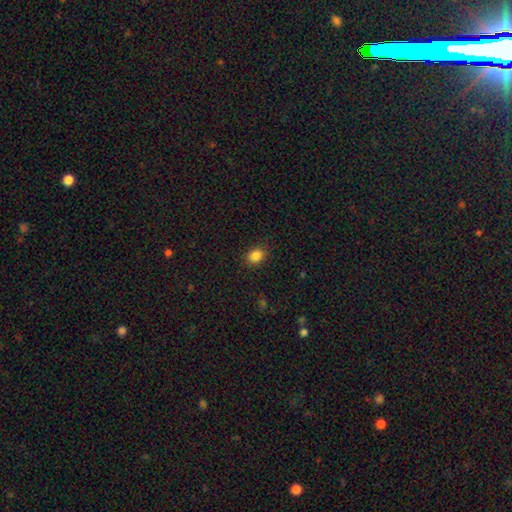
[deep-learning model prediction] This is clearly a smooth galaxy (85%). How rounded: possibly in between (52%). Merging: clearly none (88%).